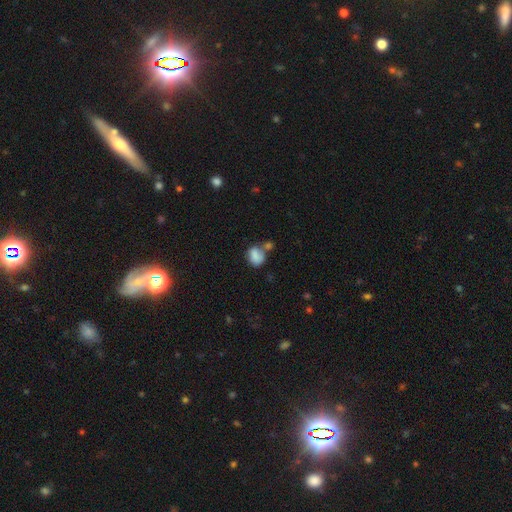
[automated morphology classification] smooth_or_featured: smooth (p=0.78) [alt: featured or disk p=0.13]
how_rounded: in between (p=0.53) [alt: round p=0.45]
merging: none (p=0.38) [alt: merger p=0.36]